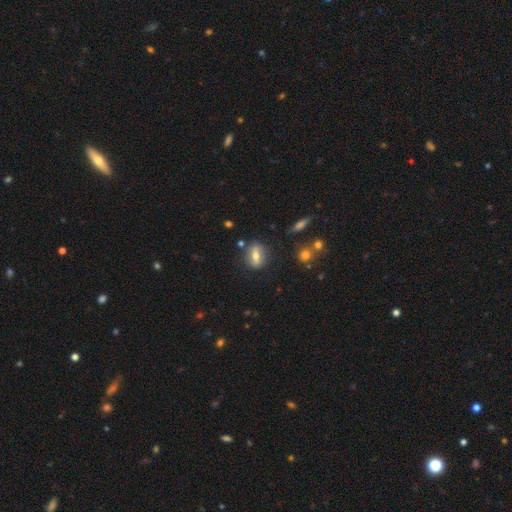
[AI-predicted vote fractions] smooth-or-featured: smooth: 49% | featured or disk: 42% | star or artifact: 9%
  merging: none: 79% | minor disturbance: 13% | major disturbance: 4% | merger: 4%